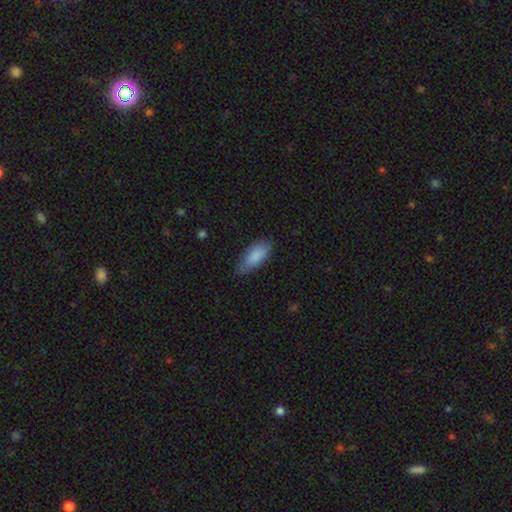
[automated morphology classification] Smooth or featured? smooth (86%)
How rounded? in between (83%)
Merging? none (66%)